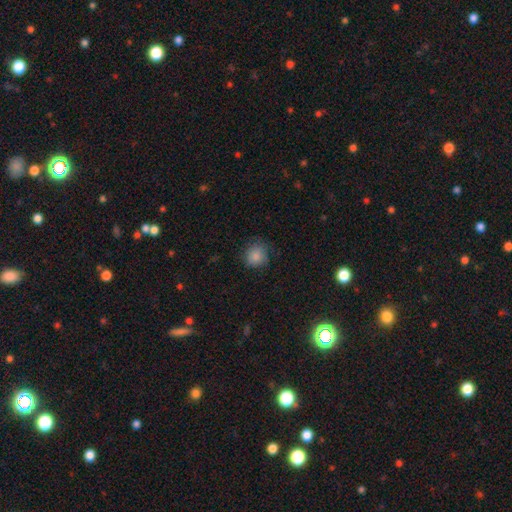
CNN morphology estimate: A smooth galaxy with no disk features (85%) that is round (86%).

Vote fractions:
- Smooth or featured? smooth: 85% / star or artifact: 9% / featured or disk: 6%
- How rounded? round: 86% / in between: 13% / cigar-shaped: 1%
- Merging? none: 77% / minor disturbance: 17% / major disturbance: 5% / merger: 1%